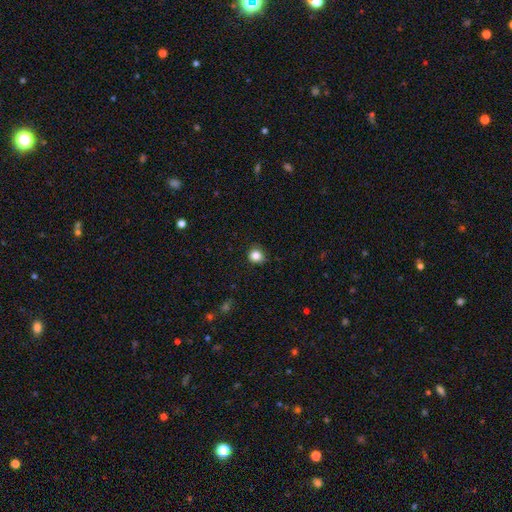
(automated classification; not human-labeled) A smooth galaxy with no disk features (84%) that is round (86%). Merging: none (85%).